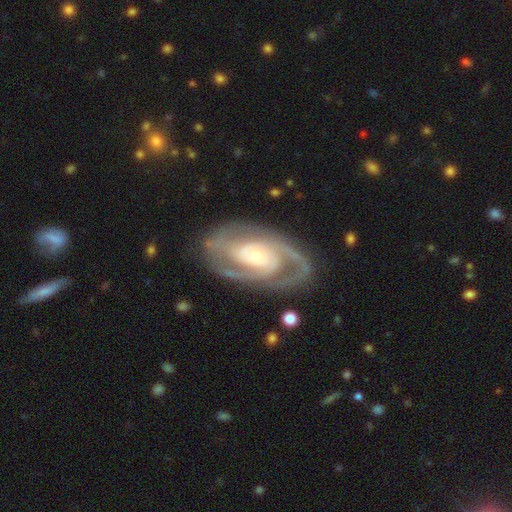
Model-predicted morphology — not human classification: Smooth or featured: featured or disk — 90% (smooth — 6%)
Edge-on disk: no — 96% (yes — 4%)
Bar: no — 56% (weak — 28%)
Spiral arms: yes — 97% (no — 3%)
Spiral winding: tight — 51% (medium — 41%)
Spiral arm count: 2 — 69% (3 — 14%)
Bulge size: small — 67% (moderate — 26%)
Merging: none — 78% (minor disturbance — 14%)